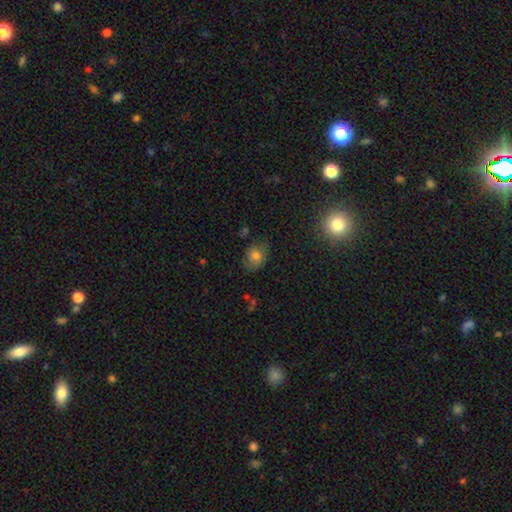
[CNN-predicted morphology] type=smooth (67%); roundness=in between (55%); merging=none (60%).